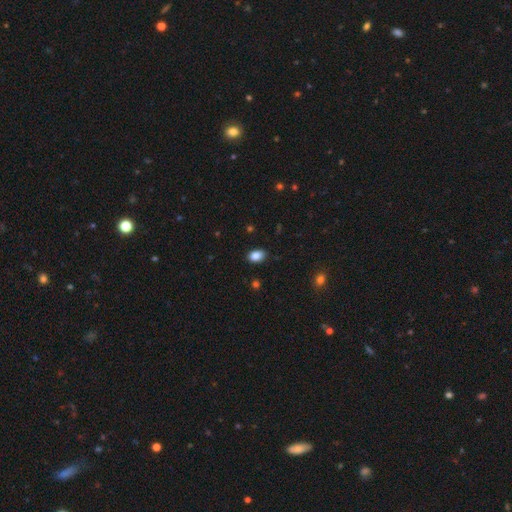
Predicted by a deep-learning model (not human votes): Overall: smooth (86%). How rounded: in between (82%). Merging: none (86%).